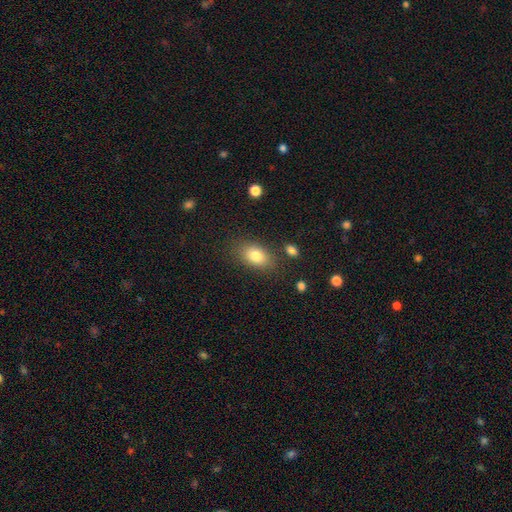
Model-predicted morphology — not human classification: type=smooth (81%); roundness=in between (84%); merging=none (80%).